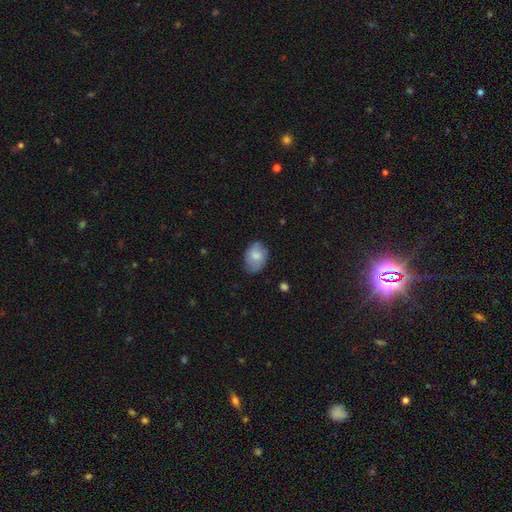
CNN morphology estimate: A smooth galaxy with no disk features (78%) that is in between round and cigar-shaped (79%).

Vote fractions:
- Smooth or featured? smooth: 78% / featured or disk: 16% / star or artifact: 7%
- How rounded? in between: 79% / round: 20% / cigar-shaped: 1%
- Merging? none: 71% / minor disturbance: 23% / major disturbance: 5% / merger: 1%